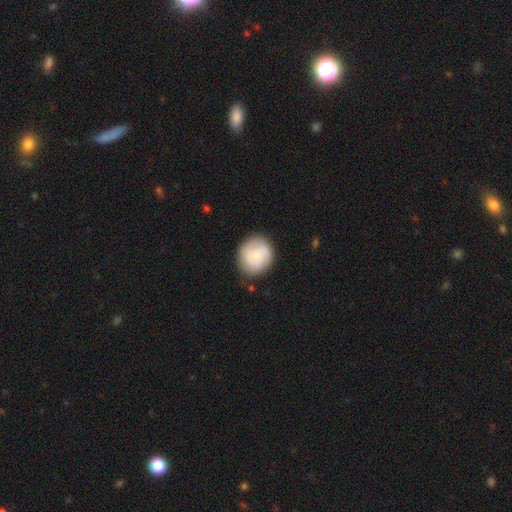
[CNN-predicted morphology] This appears to be a smooth galaxy with no disk features (69%) that is round (89%). Merging: none (79%).